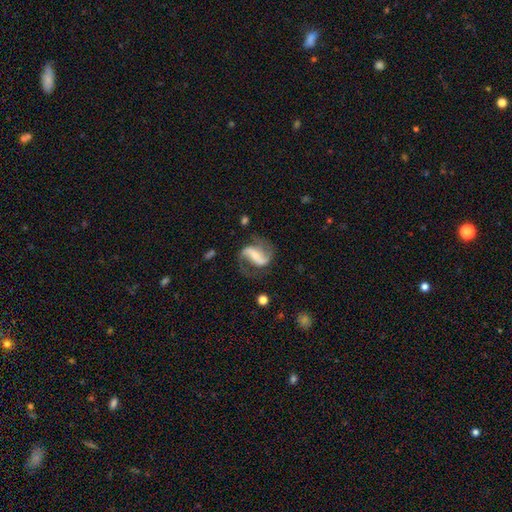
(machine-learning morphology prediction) This is clearly a featured or disk galaxy (86%). It is clearly not viewed edge-on (97%). Bar: possibly strong (51%). Spiral arm pattern: clearly yes (95%). Spiral arm count: clearly 2 (90%). Spiral winding: possibly loose (46%). Central bulge: possibly small (53%). Merging: likely none (67%).